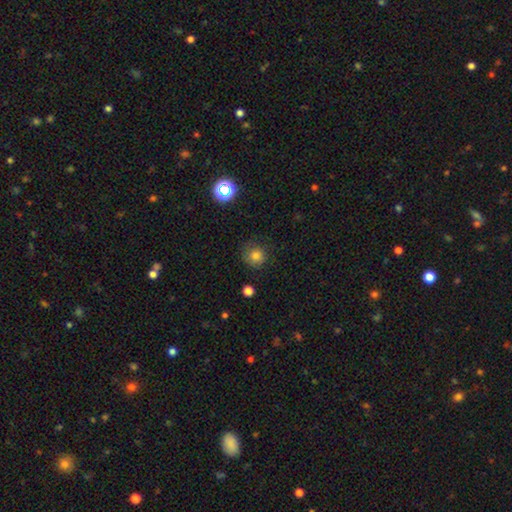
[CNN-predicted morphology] This is likely a smooth galaxy (79%). How rounded: clearly round (91%). Merging: likely none (79%).